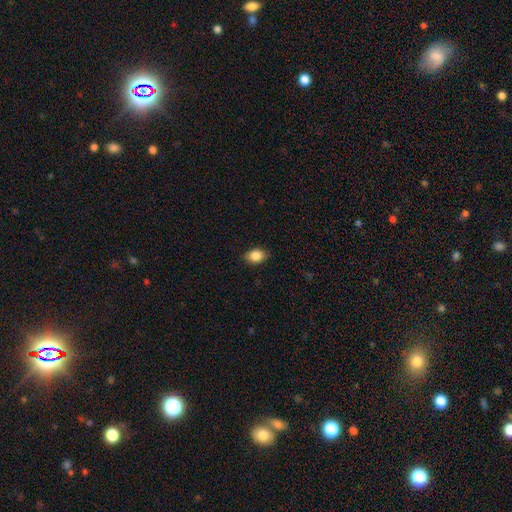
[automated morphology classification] smooth_or_featured: smooth (p=0.87) [alt: star or artifact p=0.08]
how_rounded: in between (p=0.73) [alt: round p=0.26]
merging: none (p=0.87) [alt: minor disturbance p=0.10]